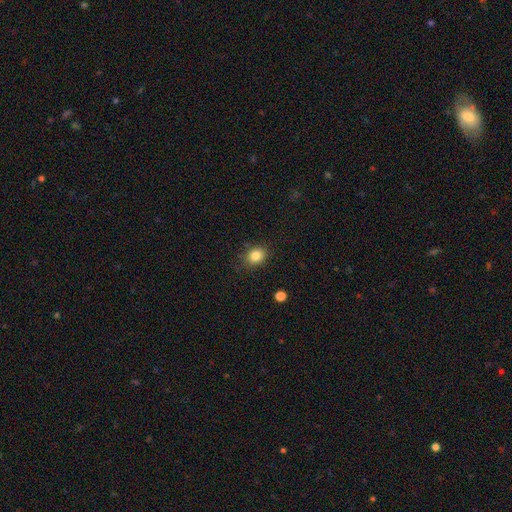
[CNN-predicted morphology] smooth-or-featured: smooth: 84% | star or artifact: 10% | featured or disk: 6%
  how-rounded: round: 52% | in between: 47% | cigar-shaped: 1%
  merging: none: 82% | minor disturbance: 13% | major disturbance: 3% | merger: 2%